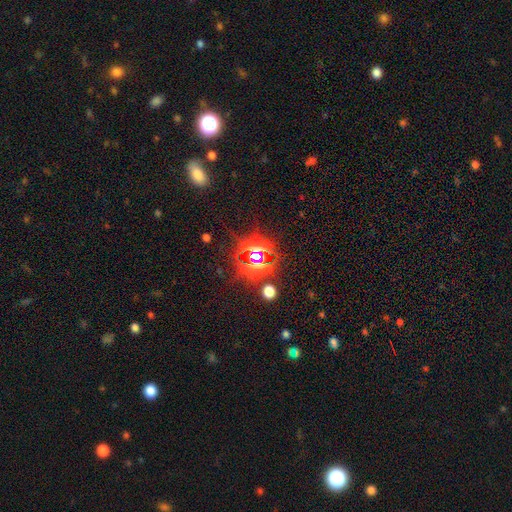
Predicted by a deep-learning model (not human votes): Morphology: type=star or artifact (76%).